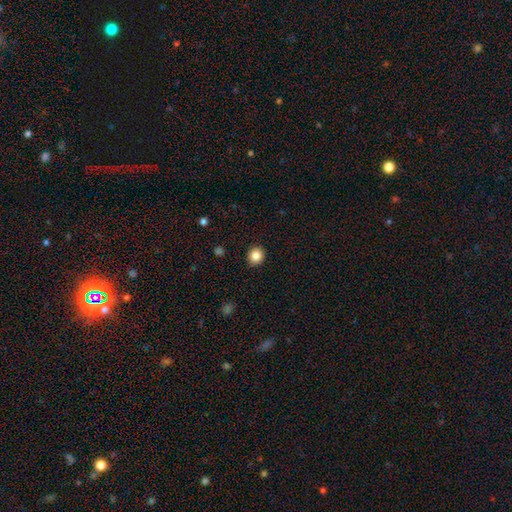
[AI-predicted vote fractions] Smooth or featured?
  - smooth: 85% *
  - star or artifact: 10%
  - featured or disk: 5%
How rounded?
  - round: 82% *
  - in between: 17%
  - cigar-shaped: 1%
Merging?
  - none: 91% *
  - minor disturbance: 6%
  - major disturbance: 2%
  - merger: 1%